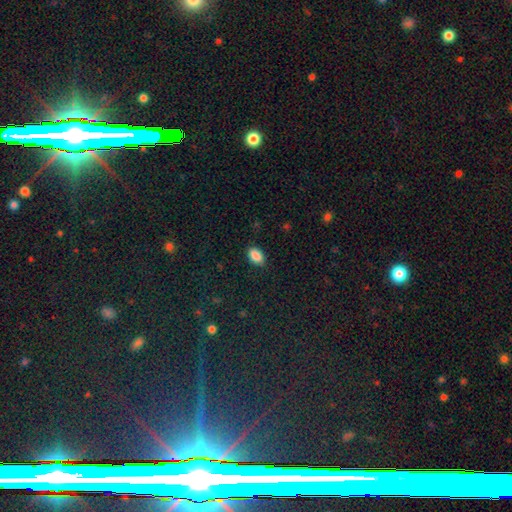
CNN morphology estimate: smooth-or-featured: smooth: 88% | star or artifact: 8% | featured or disk: 4%
  how-rounded: in between: 90% | round: 8% | cigar-shaped: 1%
  merging: none: 87% | minor disturbance: 10% | major disturbance: 2% | merger: 1%